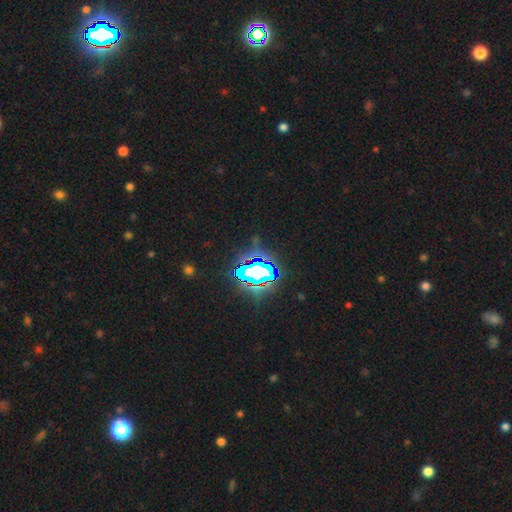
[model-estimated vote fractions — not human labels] smooth_or_featured: star or artifact (p=0.83) [alt: smooth p=0.11]